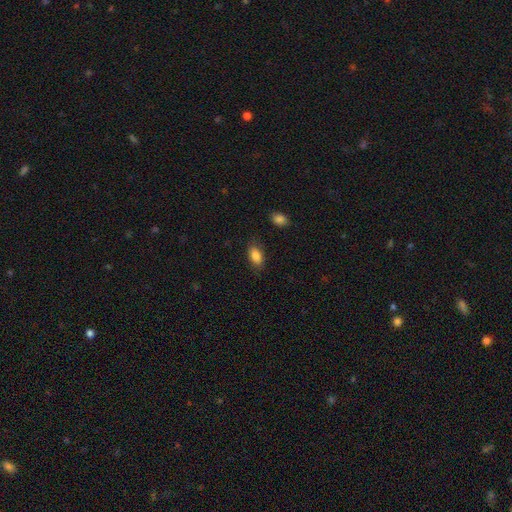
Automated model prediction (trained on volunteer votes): Smooth or featured? Predicted: smooth (p=0.86). How rounded? Predicted: in between (p=0.91). Merging? Predicted: none (p=0.81).